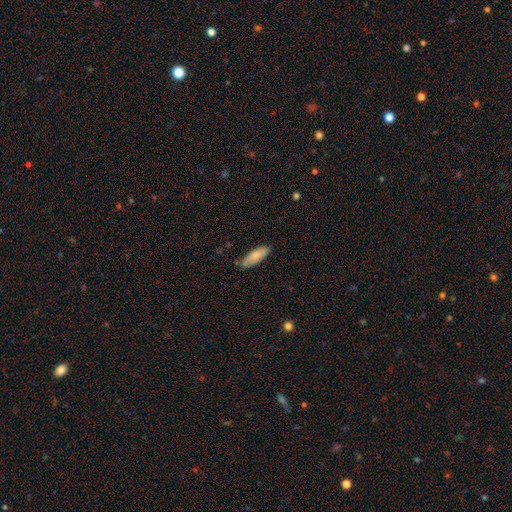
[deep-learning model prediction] smooth-or-featured: smooth: 84% | featured or disk: 10% | star or artifact: 6%
  how-rounded: in between: 62% | cigar-shaped: 37% | round: 2%
  merging: none: 77% | minor disturbance: 18% | major disturbance: 3% | merger: 2%